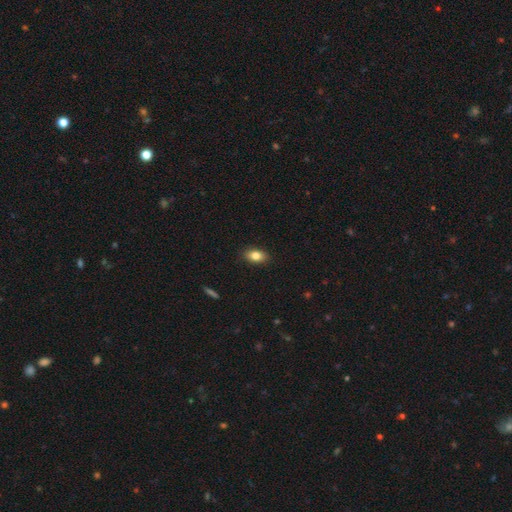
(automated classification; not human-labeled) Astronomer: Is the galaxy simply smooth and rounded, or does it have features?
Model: smooth — 82%.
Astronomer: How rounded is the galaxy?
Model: in between — 87%.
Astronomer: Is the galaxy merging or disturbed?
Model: none — 88%.